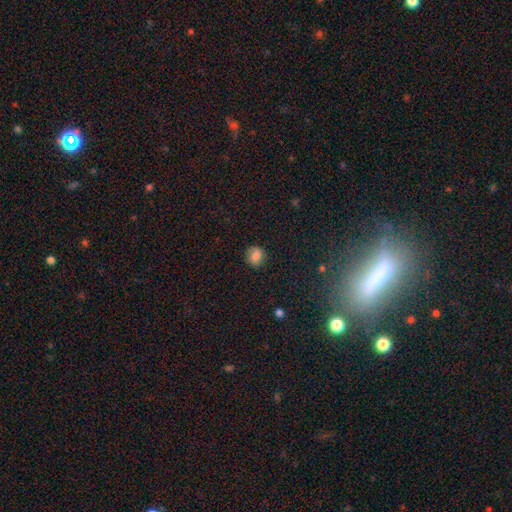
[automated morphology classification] smooth_or_featured: smooth (p=0.76) [alt: featured or disk p=0.13]
how_rounded: round (p=0.68) [alt: in between p=0.31]
merging: none (p=0.81) [alt: minor disturbance p=0.14]